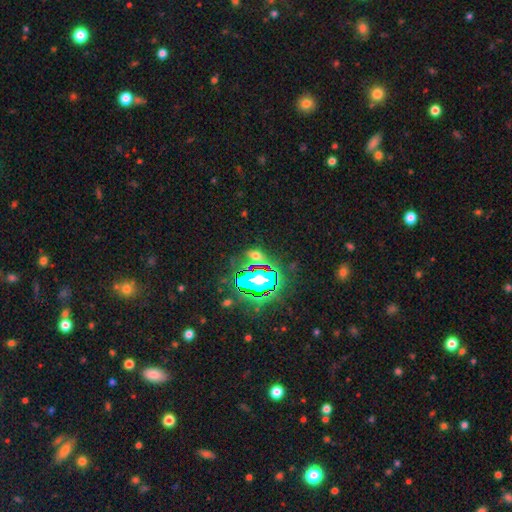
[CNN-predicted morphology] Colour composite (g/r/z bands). It shows a star or artifact, not a galaxy (51%).